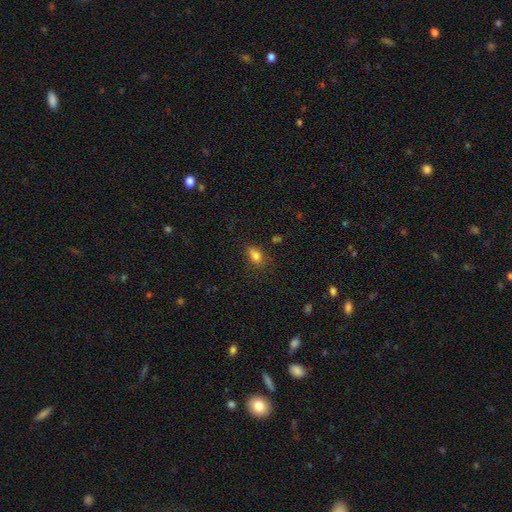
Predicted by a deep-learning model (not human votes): Morphology: type=smooth (80%); roundness=in between (80%); merging=none (71%).